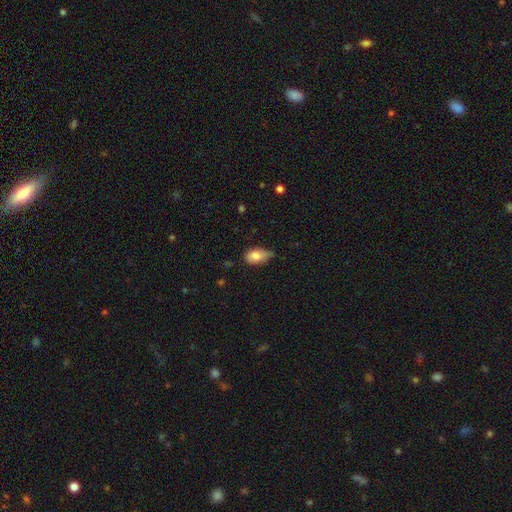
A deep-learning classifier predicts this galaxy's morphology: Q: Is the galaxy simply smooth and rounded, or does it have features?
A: smooth — 79%.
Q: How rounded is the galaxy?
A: in between — 90%.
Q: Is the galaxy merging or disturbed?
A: minor disturbance — 47%.